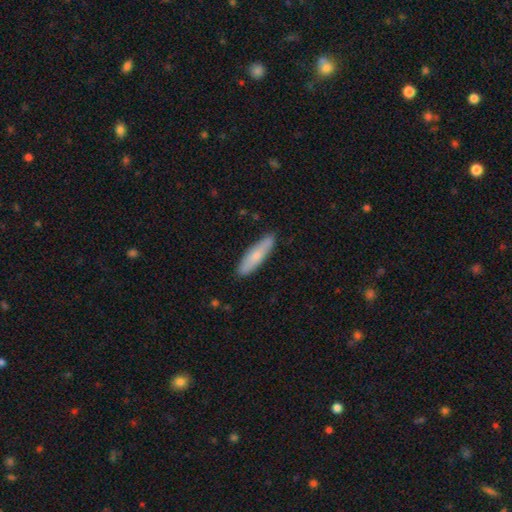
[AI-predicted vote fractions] Smooth or featured? smooth (70%)
How rounded? cigar-shaped (75%)
Merging? none (88%)